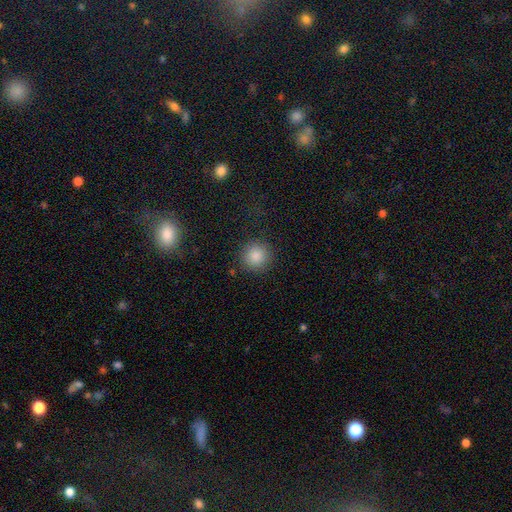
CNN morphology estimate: Q: Smooth or featured?
A: smooth (87%); runner-up: star or artifact (9%)
Q: How rounded?
A: round (93%); runner-up: in between (6%)
Q: Merging?
A: none (86%); runner-up: minor disturbance (8%)